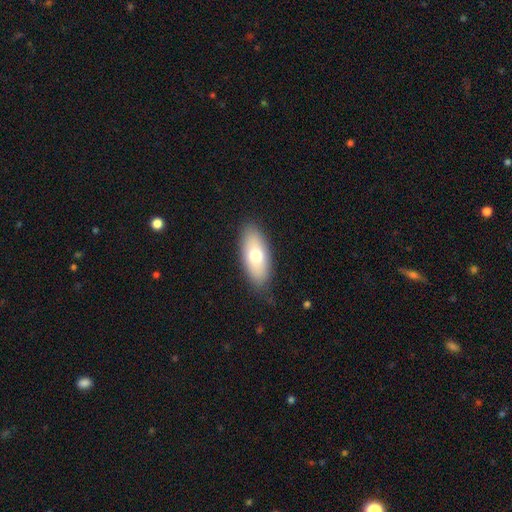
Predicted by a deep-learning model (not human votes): Smooth or featured: smooth — 70% (featured or disk — 23%)
How rounded: in between — 85% (cigar-shaped — 11%)
Merging: none — 84% (minor disturbance — 12%)